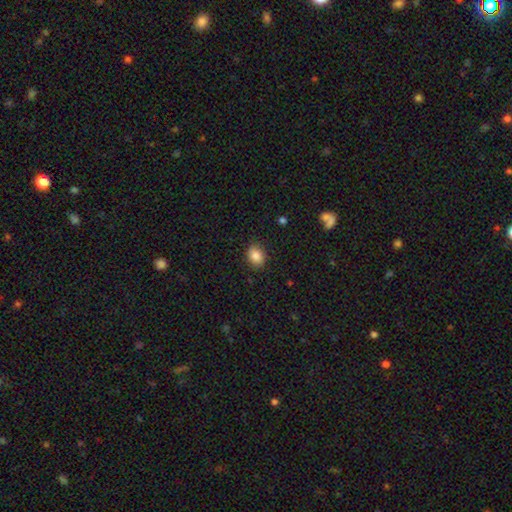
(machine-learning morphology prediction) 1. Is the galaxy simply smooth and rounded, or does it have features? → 85% smooth, 9% star or artifact, 5% featured or disk.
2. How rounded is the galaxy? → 60% in between, 39% round, 1% cigar-shaped.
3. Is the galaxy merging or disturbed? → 86% none, 10% minor disturbance, 2% major disturbance, 1% merger.